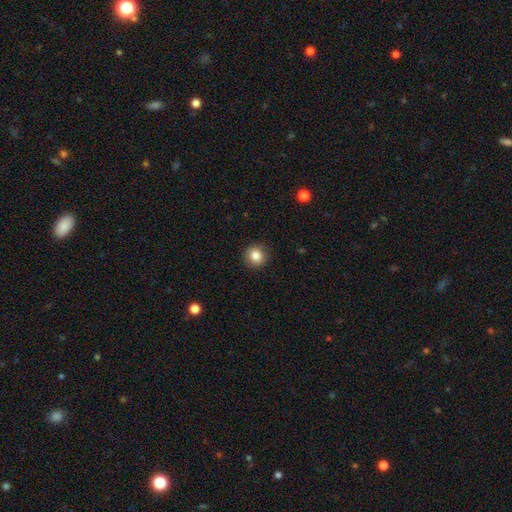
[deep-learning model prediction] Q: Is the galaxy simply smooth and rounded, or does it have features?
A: smooth — 85%.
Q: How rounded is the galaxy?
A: round — 90%.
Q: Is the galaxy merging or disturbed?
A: none — 91%.